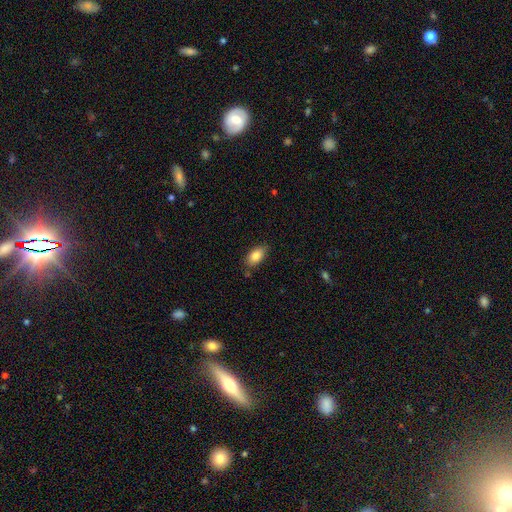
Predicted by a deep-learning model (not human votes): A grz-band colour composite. It shows a smooth galaxy with no disk features (84%) that is in between round and cigar-shaped (92%). Merging: none (81%).